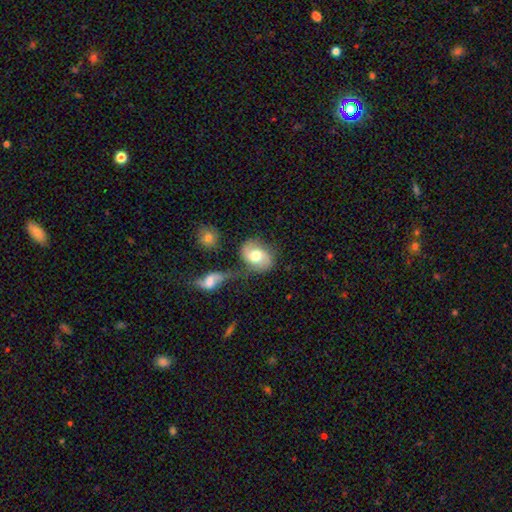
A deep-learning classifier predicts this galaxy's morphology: A featured or disk galaxy (51%).

Vote fractions:
- Smooth or featured? featured or disk: 51% / smooth: 41% / star or artifact: 7%
- Edge-on disk? no: 96% / yes: 4%
- Merging? none: 51% / merger: 21% / minor disturbance: 18% / major disturbance: 10%